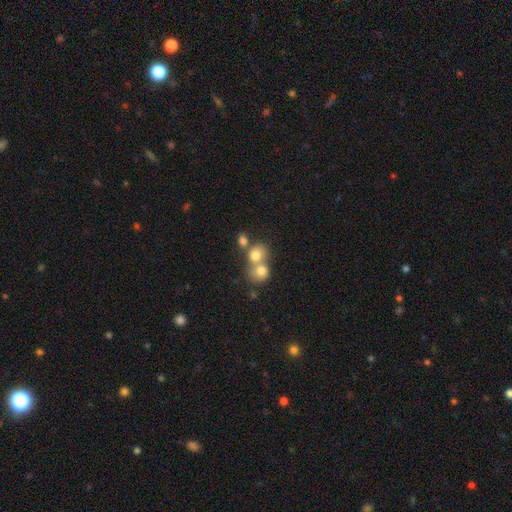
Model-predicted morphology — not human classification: smooth_or_featured: smooth (p=0.75) [alt: featured or disk p=0.14]
how_rounded: round (p=0.67) [alt: in between p=0.32]
merging: merger (p=0.62) [alt: none p=0.29]